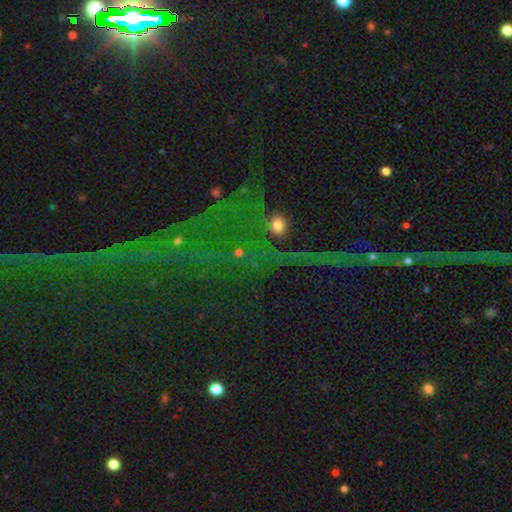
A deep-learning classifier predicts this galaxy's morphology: Smooth or featured? star or artifact (83%)